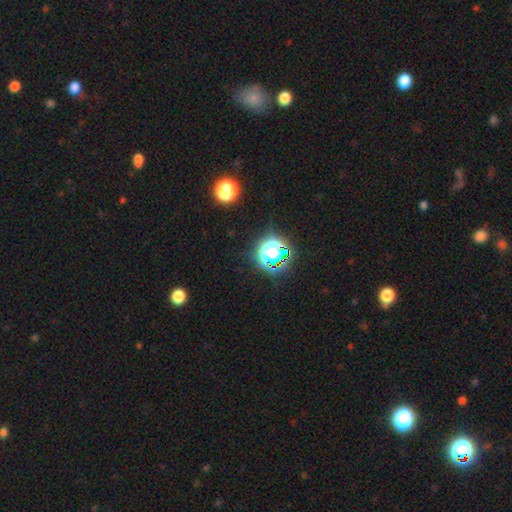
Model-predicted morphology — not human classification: This appears to be a star or artifact, not a galaxy (75%).